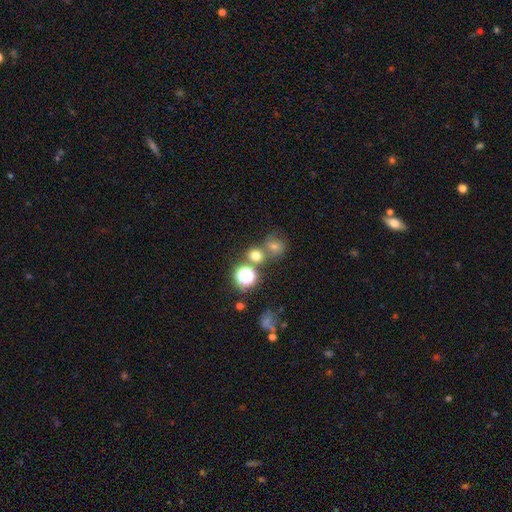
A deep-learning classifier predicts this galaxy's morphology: This appears to be a smooth galaxy with no disk features (65%) that is round (82%). Merging: none (61%).